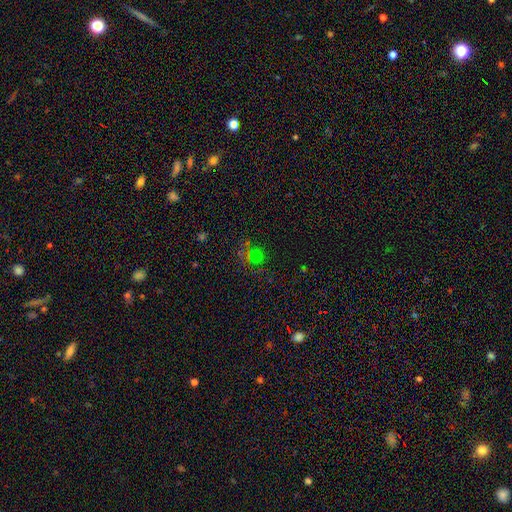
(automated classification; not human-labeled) smooth_or_featured: smooth (p=0.48) [alt: star or artifact p=0.42]
merging: none (p=0.64) [alt: minor disturbance p=0.14]